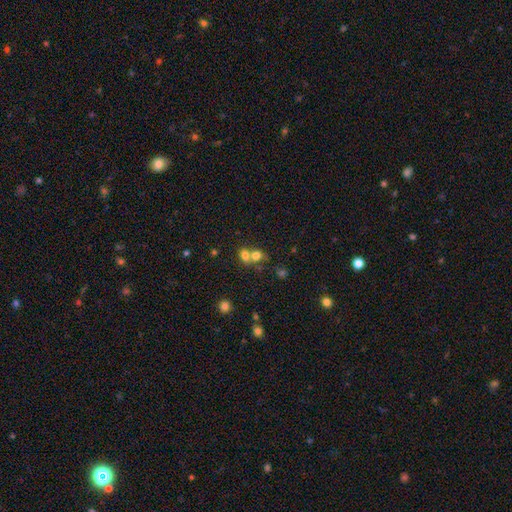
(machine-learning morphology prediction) Smooth or featured: smooth — 71% (featured or disk — 14%)
How rounded: round — 53% (in between — 46%)
Merging: merger — 63% (none — 27%)